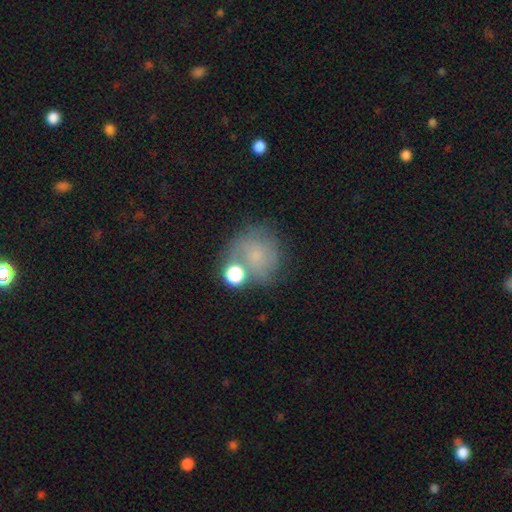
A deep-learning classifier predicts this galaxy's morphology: This is possibly a smooth galaxy (55%). How rounded: clearly round (81%). Merging: possibly none (52%).